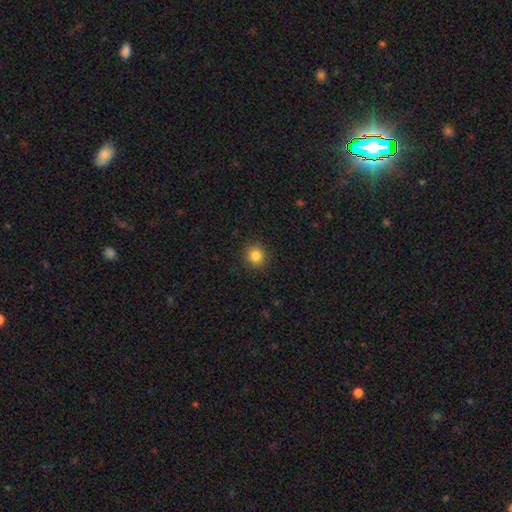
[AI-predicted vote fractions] A smooth galaxy with no disk features (83%) that is round (88%). Merging: none (91%).